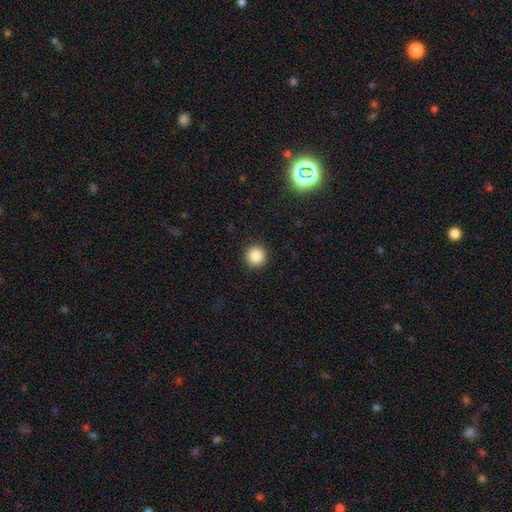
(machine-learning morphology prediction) Overall: smooth (86%). How rounded: round (95%). Merging: none (92%).